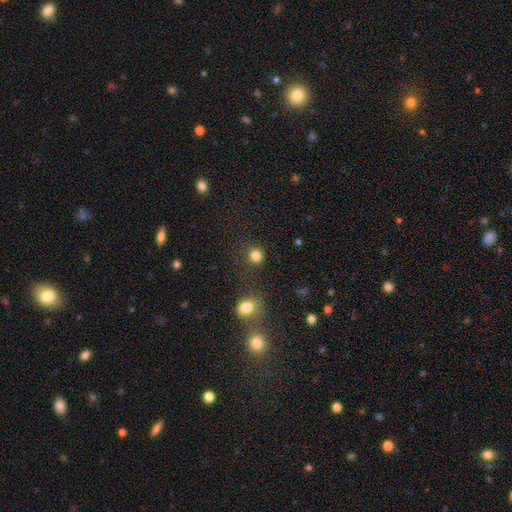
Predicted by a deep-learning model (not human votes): smooth_or_featured: smooth (p=0.82) [alt: star or artifact p=0.14]
how_rounded: round (p=0.91) [alt: in between p=0.08]
merging: none (p=0.83) [alt: minor disturbance p=0.08]